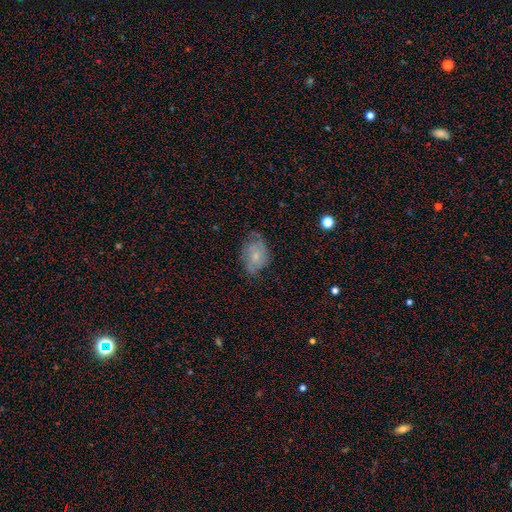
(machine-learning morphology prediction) Smooth or featured? Predicted: featured or disk (p=0.46, tied with smooth). Merging? Predicted: none (p=0.55).